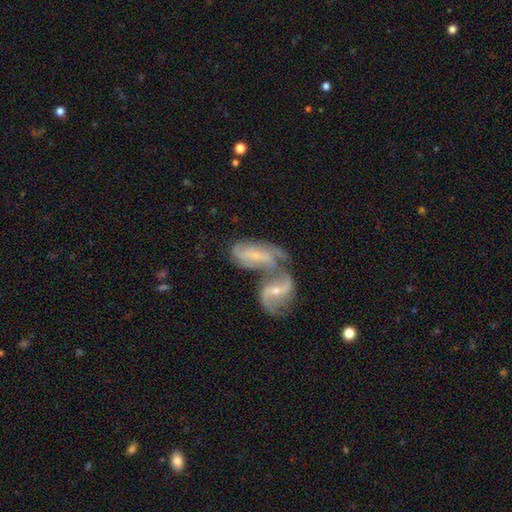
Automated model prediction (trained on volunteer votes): The model was most divided on "bar": weak: 42%, no: 32%, strong: 25%. Remaining: edge-on disk — no (95%); spiral arms — yes (93%); smooth or featured — featured or disk (79%); spiral arm count — 2 (72%); merging — merger (71%); bulge size — small (68%); spiral winding — medium (48%).